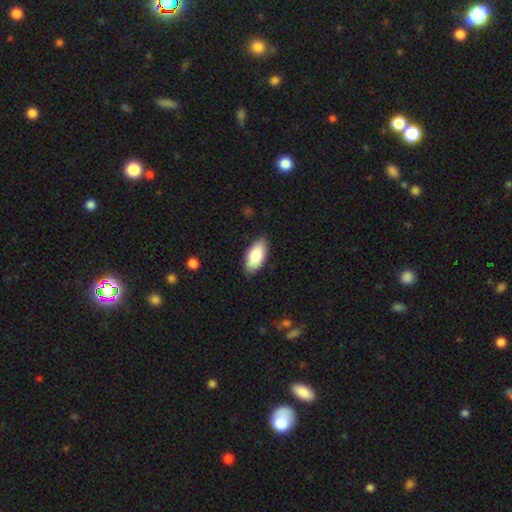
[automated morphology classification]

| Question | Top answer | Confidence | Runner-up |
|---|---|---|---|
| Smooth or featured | smooth | 83% | featured or disk (12%) |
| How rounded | in between | 91% | cigar-shaped (7%) |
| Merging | none | 87% | minor disturbance (10%) |